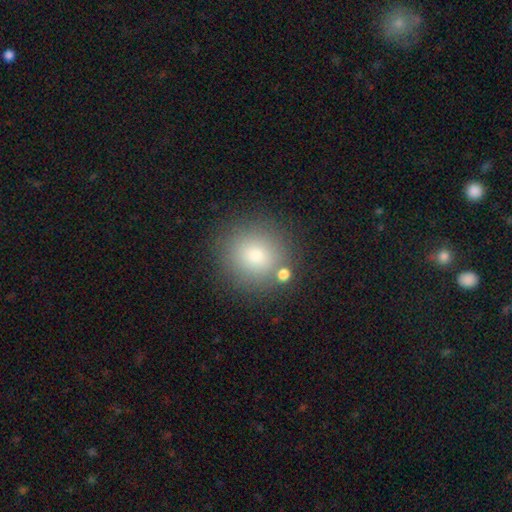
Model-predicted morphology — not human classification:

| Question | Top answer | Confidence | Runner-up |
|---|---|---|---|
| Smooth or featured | smooth | 78% | star or artifact (12%) |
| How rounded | round | 89% | in between (10%) |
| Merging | none | 80% | minor disturbance (10%) |